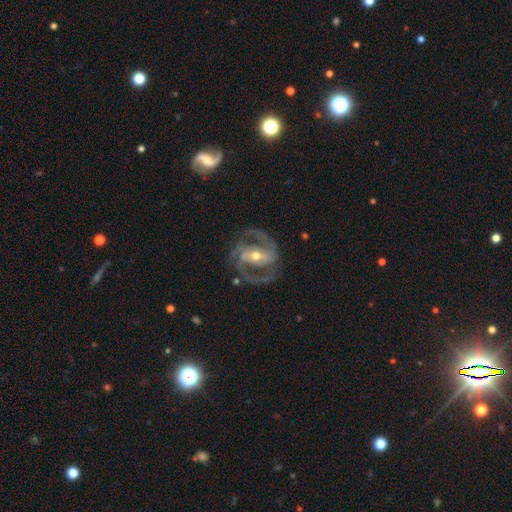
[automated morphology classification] smooth_or_featured: featured or disk (p=0.91) [alt: star or artifact p=0.05]
disk_edge_on: no (p=0.97) [alt: yes p=0.03]
bar: strong (p=0.48) [alt: weak p=0.33]
has_spiral_arms: yes (p=0.98) [alt: no p=0.02]
spiral_winding: medium (p=0.57) [alt: tight p=0.31]
spiral_arm_count: 2 (p=0.66) [alt: 3 p=0.21]
bulge_size: moderate (p=0.60) [alt: small p=0.36]
merging: none (p=0.75) [alt: minor disturbance p=0.14]